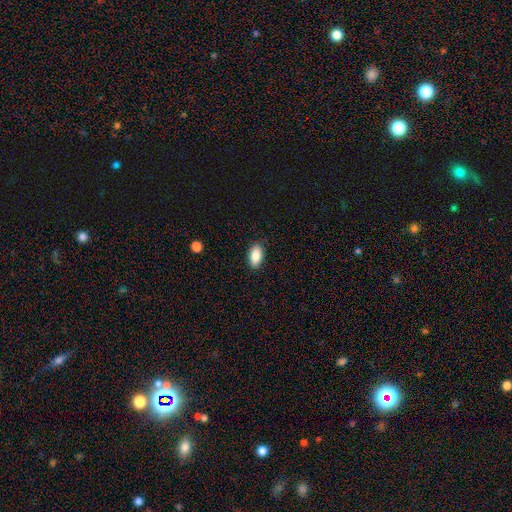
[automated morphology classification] A smooth galaxy with no disk features (87%) that is in between round and cigar-shaped (93%). Merging: none (88%).